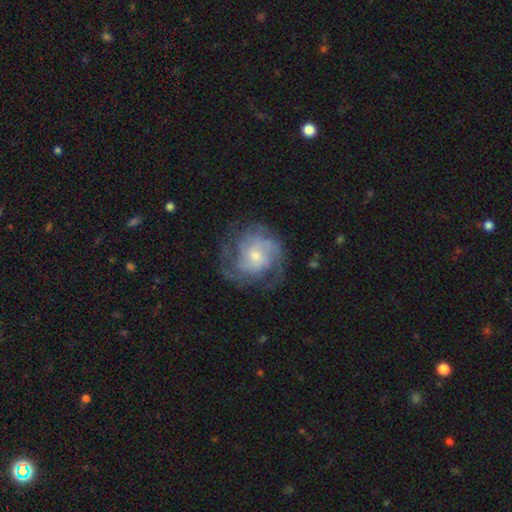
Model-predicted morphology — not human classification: Overall: featured or disk (82%). Edge-on disk: no (98%). Bar: no (63%; weak 31%). Spiral arms: yes (94%). Spiral arm count: can't tell (29%; 2 26%). Spiral winding: tight (51%; medium 38%). Bulge size: small (58%; moderate 35%). Merging: none (71%).